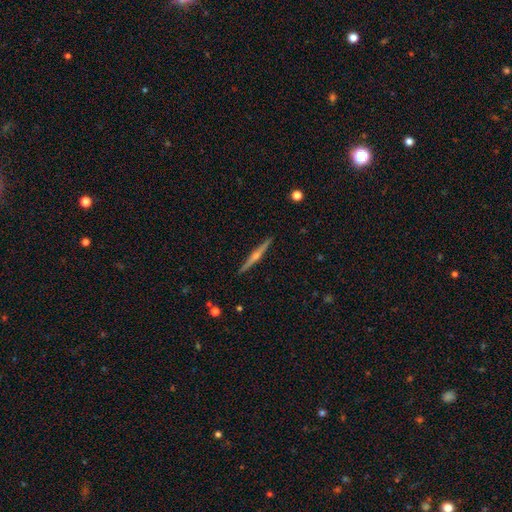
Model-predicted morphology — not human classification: featured or disk 80%, smooth 14%, star or artifact 6%. Down the decision tree: edge-on disk — yes (98%); edge-on bulge — rounded (89%); merging — none (92%).